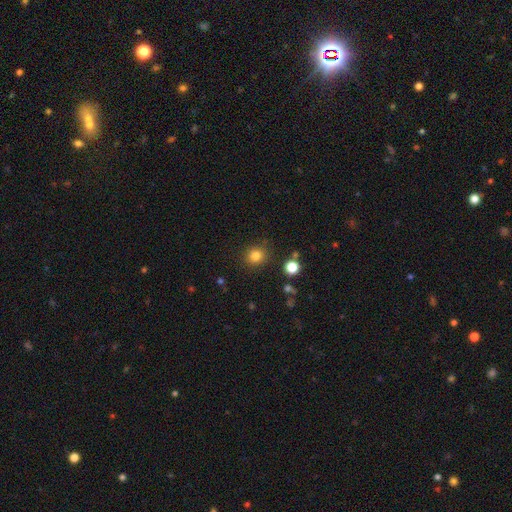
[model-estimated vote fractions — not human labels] Overall: smooth (82%). How rounded: round (85%). Merging: none (87%).